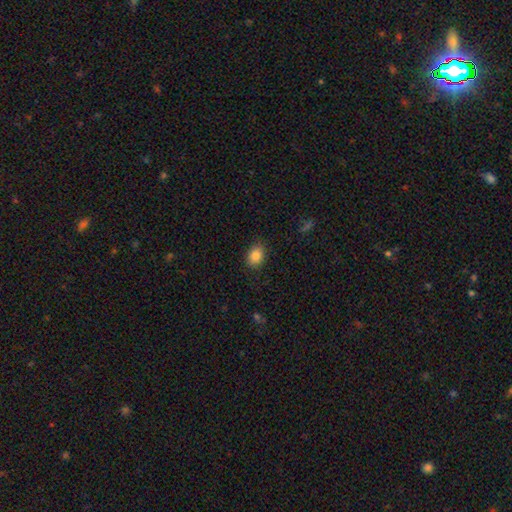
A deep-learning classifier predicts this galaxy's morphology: type=smooth (85%); roundness=in between (66%); merging=none (86%).